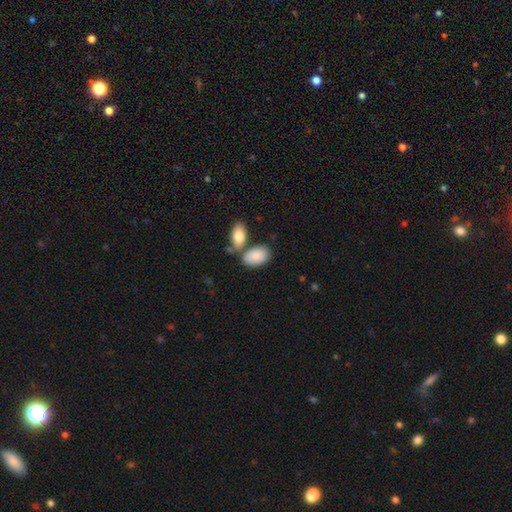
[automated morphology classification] smooth-or-featured: smooth: 86% | featured or disk: 8% | star or artifact: 6%
  how-rounded: in between: 94% | round: 4% | cigar-shaped: 2%
  merging: none: 55% | merger: 28% | minor disturbance: 13% | major disturbance: 4%